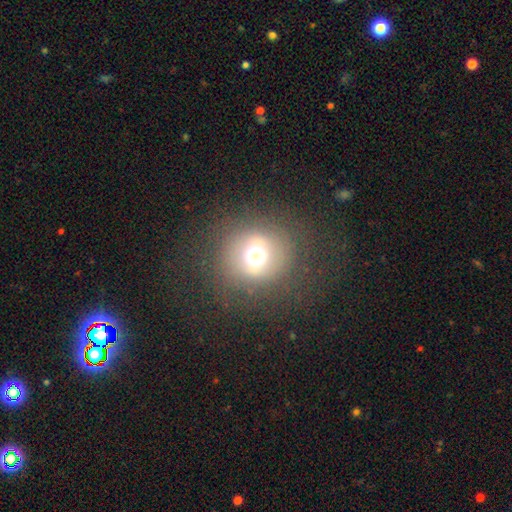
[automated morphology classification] smooth_or_featured: smooth (p=0.62) [alt: star or artifact p=0.21]
how_rounded: round (p=0.90) [alt: in between p=0.09]
merging: none (p=0.79) [alt: minor disturbance p=0.10]